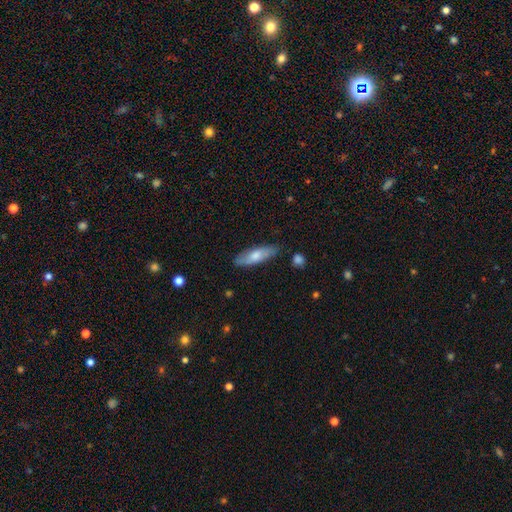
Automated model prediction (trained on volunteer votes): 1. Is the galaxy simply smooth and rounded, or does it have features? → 66% smooth, 28% featured or disk, 6% star or artifact.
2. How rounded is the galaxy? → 50% in between, 48% cigar-shaped, 2% round.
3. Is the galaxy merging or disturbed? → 81% none, 15% minor disturbance, 3% major disturbance, 2% merger.